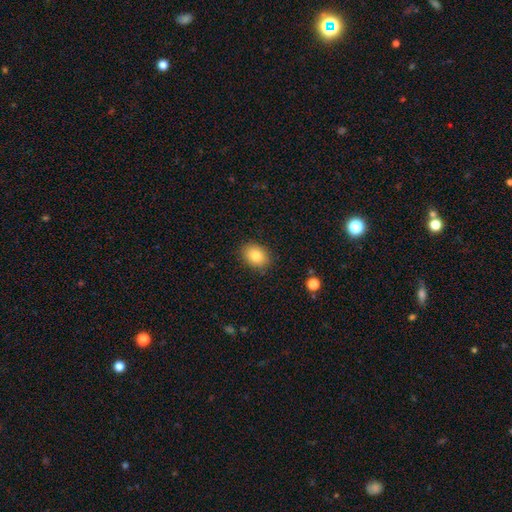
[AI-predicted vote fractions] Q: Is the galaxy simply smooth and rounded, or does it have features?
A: smooth — 82%.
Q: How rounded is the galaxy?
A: in between — 64%.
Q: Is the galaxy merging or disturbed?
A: none — 88%.